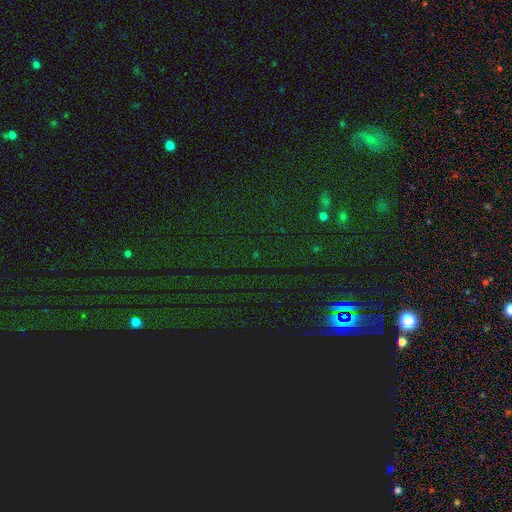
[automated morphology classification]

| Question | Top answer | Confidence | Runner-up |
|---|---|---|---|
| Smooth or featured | star or artifact | 73% | smooth (19%) |